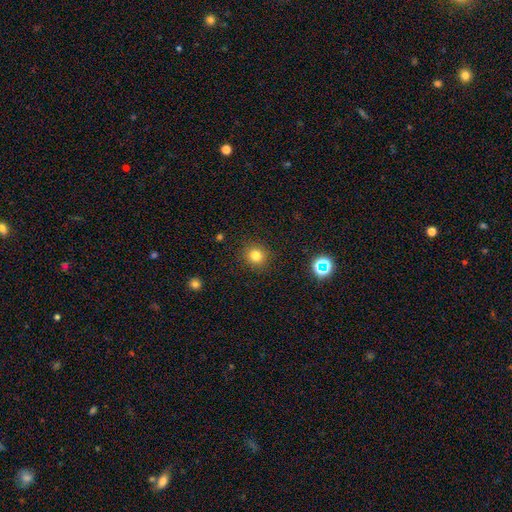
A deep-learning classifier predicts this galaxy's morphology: smooth_or_featured: smooth (p=0.79) [alt: star or artifact p=0.15]
how_rounded: round (p=0.91) [alt: in between p=0.09]
merging: none (p=0.90) [alt: minor disturbance p=0.06]